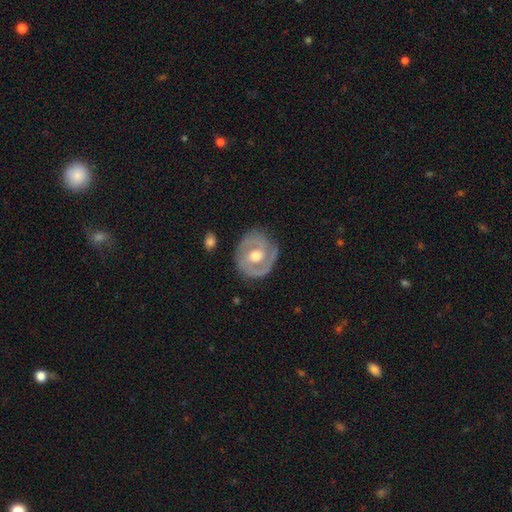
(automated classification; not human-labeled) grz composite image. It shows a featured or disk galaxy (78%) with no bar (50%), 2 (64%) tight (56%) spiral arms (78%) and a moderate central bulge (75%). Merging: none (79%).